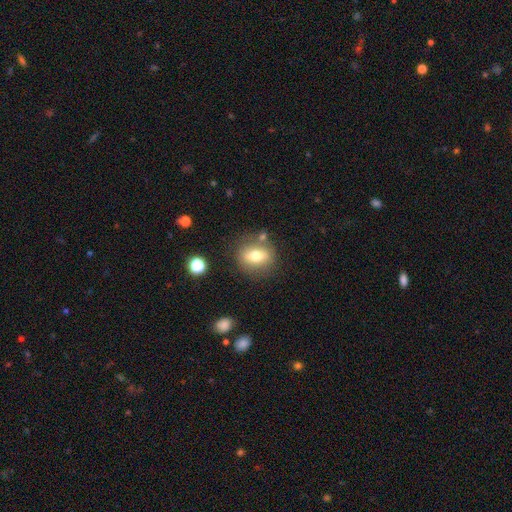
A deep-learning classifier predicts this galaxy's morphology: type=smooth (65%); roundness=round (50%); merging=none (75%).